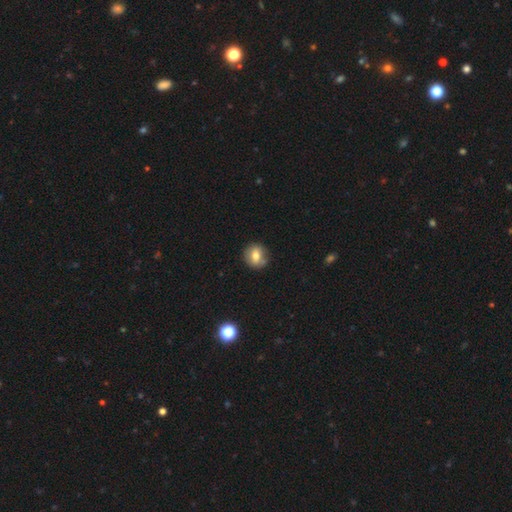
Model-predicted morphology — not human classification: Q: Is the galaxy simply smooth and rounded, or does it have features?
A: smooth — 70%.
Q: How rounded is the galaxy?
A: round — 80%.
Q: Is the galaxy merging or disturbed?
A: none — 78%.